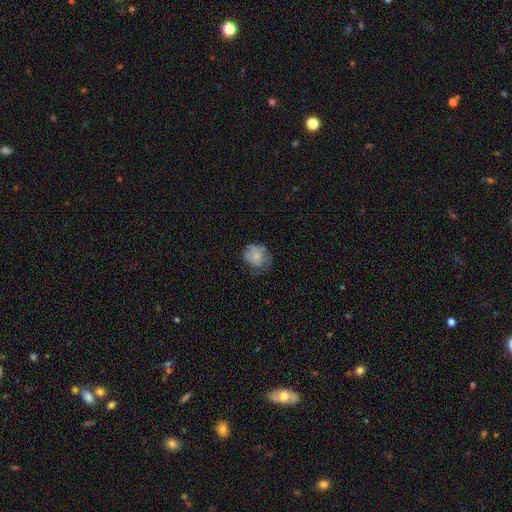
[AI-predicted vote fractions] A smooth galaxy with no disk features (73%) that is round (70%). Merging: none (50%).